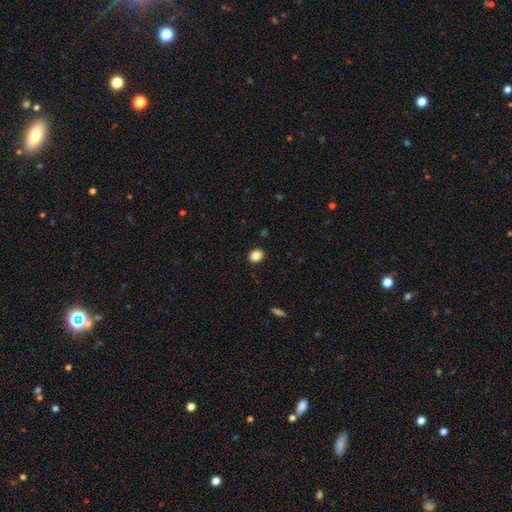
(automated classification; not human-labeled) smooth 87%, star or artifact 10%, featured or disk 4%. Down the decision tree: how rounded — round (56%); merging — none (90%).